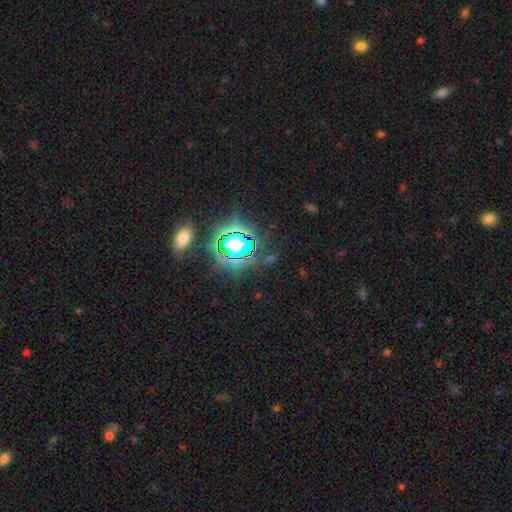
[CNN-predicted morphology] type=star or artifact (82%).